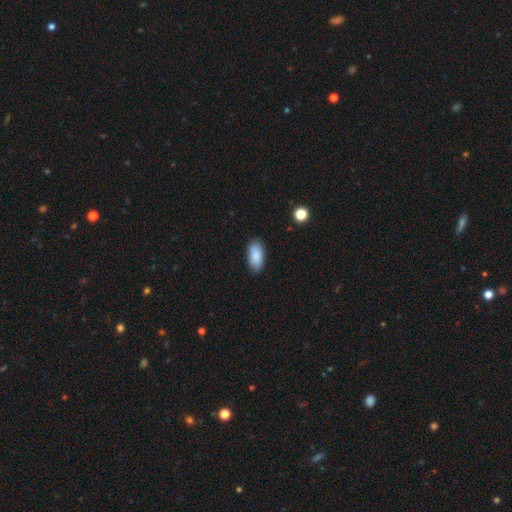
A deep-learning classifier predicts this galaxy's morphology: This is clearly a smooth galaxy (87%). How rounded: clearly in between (92%). Merging: clearly none (86%).